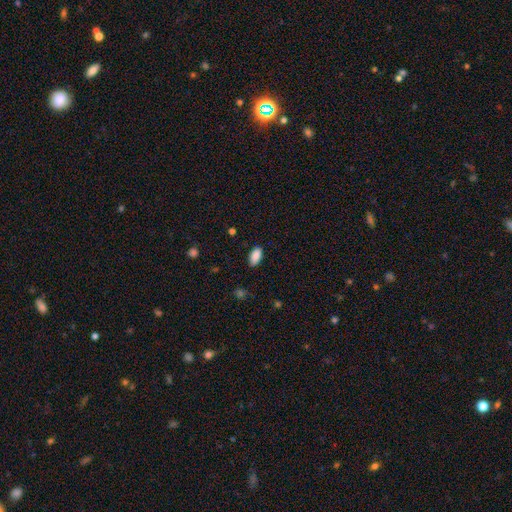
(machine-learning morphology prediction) The model was most divided on "merging": none: 83%, minor disturbance: 13%, major disturbance: 3%, merger: 1%. More confident: how rounded — in between (93%); smooth or featured — smooth (89%).